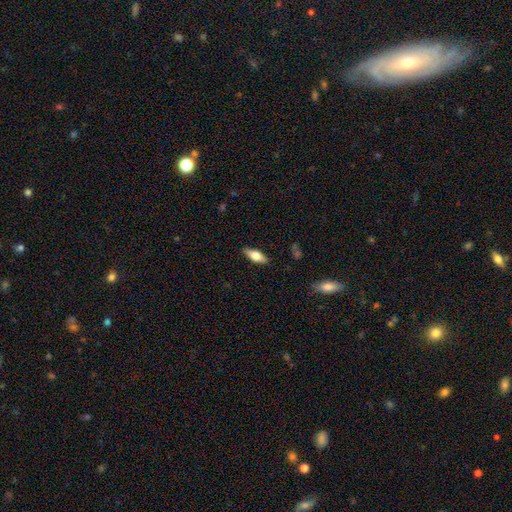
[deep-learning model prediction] smooth 58%, featured or disk 35%, star or artifact 7%. Down the decision tree: how rounded — in between (70%); merging — none (87%).